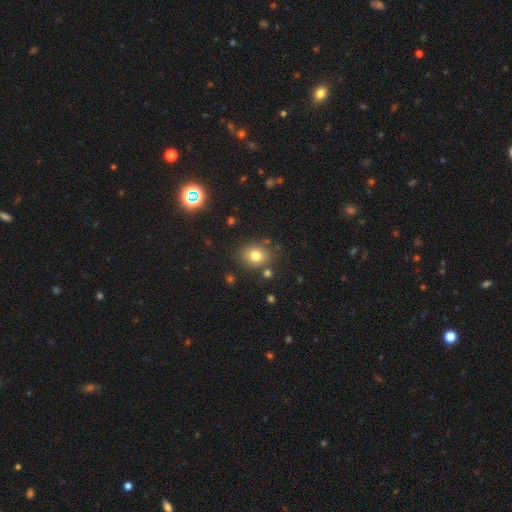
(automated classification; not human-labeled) This is likely a smooth galaxy (78%). How rounded: likely round (62%). Merging: likely none (80%).